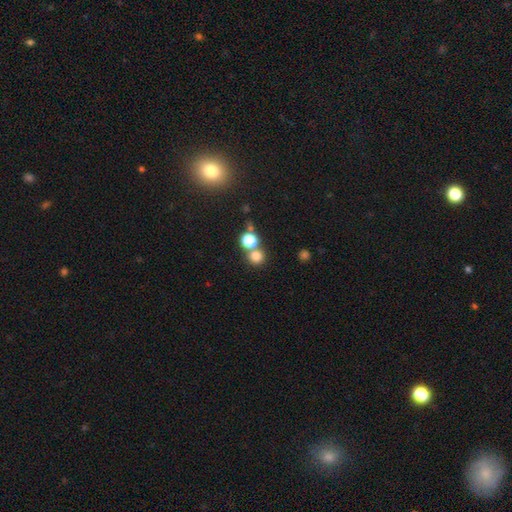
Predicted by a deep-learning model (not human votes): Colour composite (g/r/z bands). It shows a smooth galaxy with no disk features (77%) that is round (90%). Merging: none (60%).